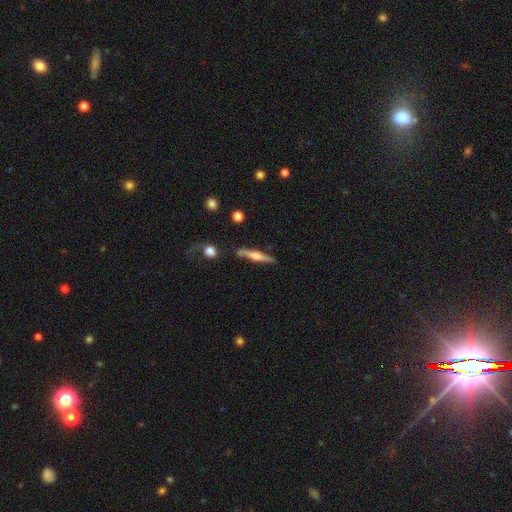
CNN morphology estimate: Smooth or featured? Predicted: featured or disk (p=0.67). Edge-on disk? Predicted: yes (p=0.97). Edge-on bulge? Predicted: rounded (p=0.85). Merging? Predicted: none (p=0.82).